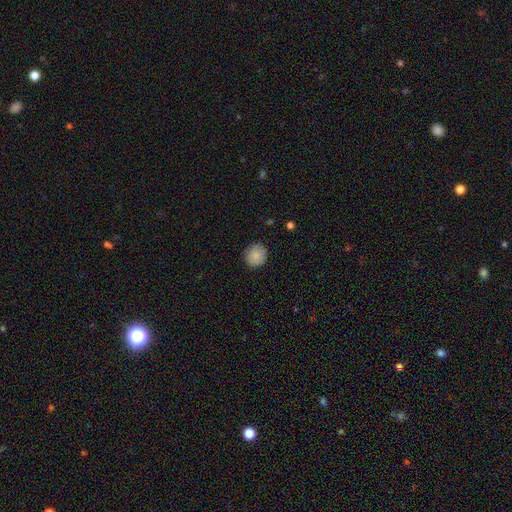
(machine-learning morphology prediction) Q: Smooth or featured?
A: smooth (87%); runner-up: star or artifact (8%)
Q: How rounded?
A: round (88%); runner-up: in between (11%)
Q: Merging?
A: none (88%); runner-up: minor disturbance (9%)